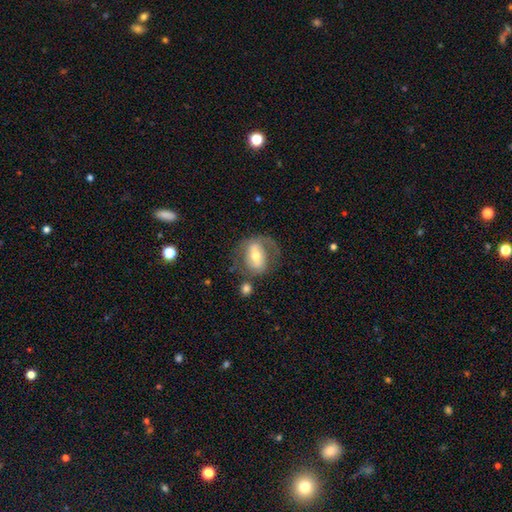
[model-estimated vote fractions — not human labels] A featured or disk galaxy (59%) with a strong bar (39%), spiral arms (64%) and a moderate central bulge (62%).

Vote fractions:
- Smooth or featured? featured or disk: 59% / smooth: 34% / star or artifact: 7%
- Edge-on disk? no: 94% / yes: 6%
- Bar? strong: 39% / weak: 34% / no: 27%
- Spiral arms? yes: 64% / no: 36%
- Bulge size? moderate: 62% / small: 28% / large: 7% / none: 1% / dominant: 1%
- Merging? none: 54% / minor disturbance: 20% / major disturbance: 20% / merger: 5%